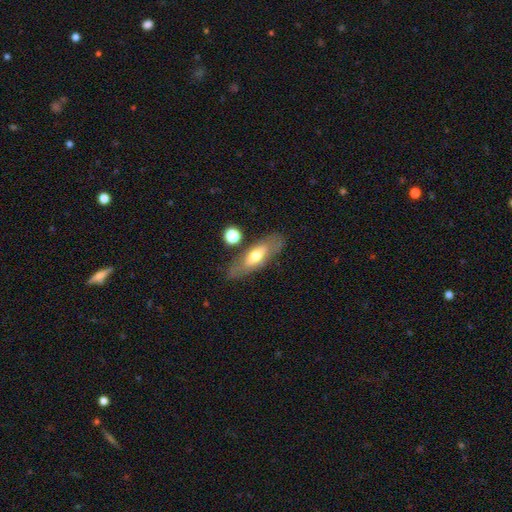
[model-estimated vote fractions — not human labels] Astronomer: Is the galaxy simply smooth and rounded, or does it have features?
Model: smooth — 49% (runner-up: featured or disk, 44%).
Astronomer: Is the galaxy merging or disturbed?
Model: none — 74%.